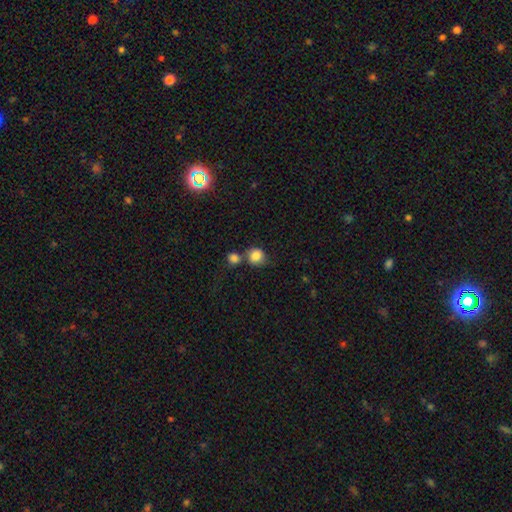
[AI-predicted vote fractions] smooth_or_featured: smooth (p=0.84) [alt: star or artifact p=0.09]
how_rounded: round (p=0.83) [alt: in between p=0.16]
merging: none (p=0.53) [alt: merger p=0.29]